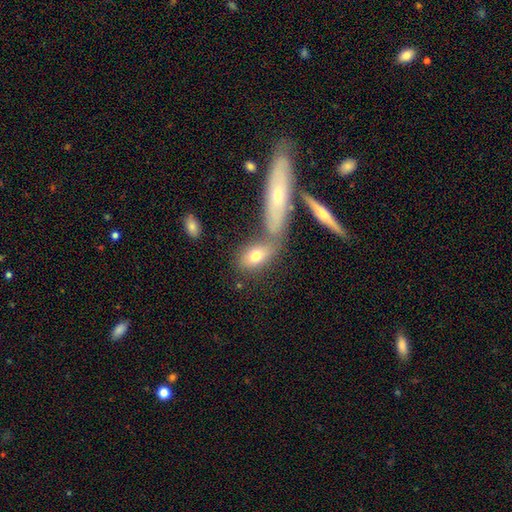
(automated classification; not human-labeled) Smooth or featured? smooth (73%)
How rounded? in between (79%)
Merging? none (48%)